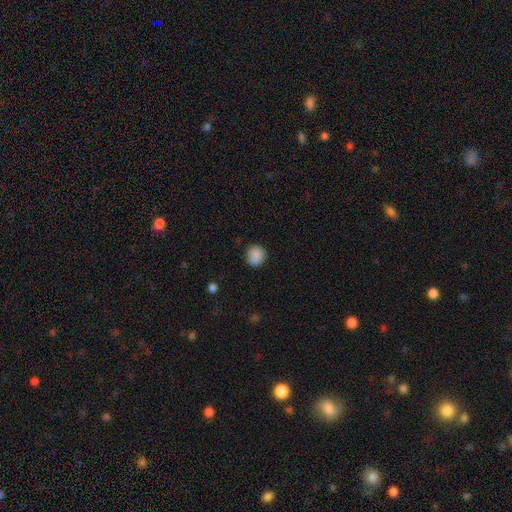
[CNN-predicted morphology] Smooth or featured? Predicted: smooth (p=0.86). How rounded? Predicted: round (p=0.82). Merging? Predicted: none (p=0.79).